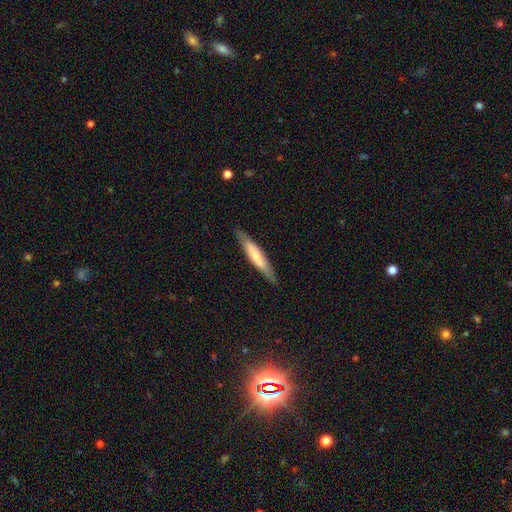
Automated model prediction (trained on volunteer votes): A smooth galaxy with no disk features (56%) that is cigar-shaped (88%). Merging: none (86%).